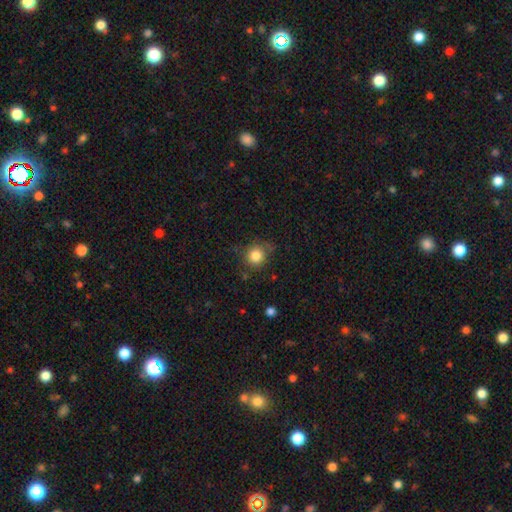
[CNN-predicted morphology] Smooth or featured? Predicted: smooth (p=0.83). How rounded? Predicted: round (p=0.88). Merging? Predicted: none (p=0.74).